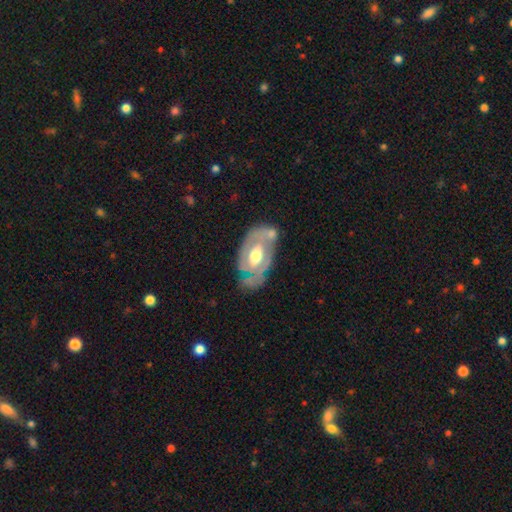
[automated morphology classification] A featured or disk galaxy (74%) with no bar (48%), spiral arms (61%) and a moderate central bulge (69%).

Vote fractions:
- Smooth or featured? featured or disk: 74% / smooth: 22% / star or artifact: 5%
- Edge-on disk? no: 93% / yes: 7%
- Bar? no: 48% / weak: 36% / strong: 17%
- Spiral arms? yes: 61% / no: 39%
- Bulge size? moderate: 69% / large: 20% / small: 9% / dominant: 1% / none: 1%
- Merging? none: 55% / minor disturbance: 25% / major disturbance: 11% / merger: 9%